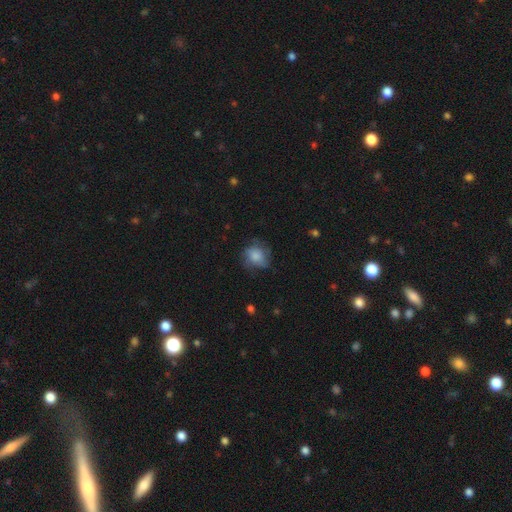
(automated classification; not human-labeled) Q: Smooth or featured?
A: smooth (72%); runner-up: featured or disk (19%)
Q: How rounded?
A: round (68%); runner-up: in between (31%)
Q: Merging?
A: none (59%); runner-up: minor disturbance (26%)